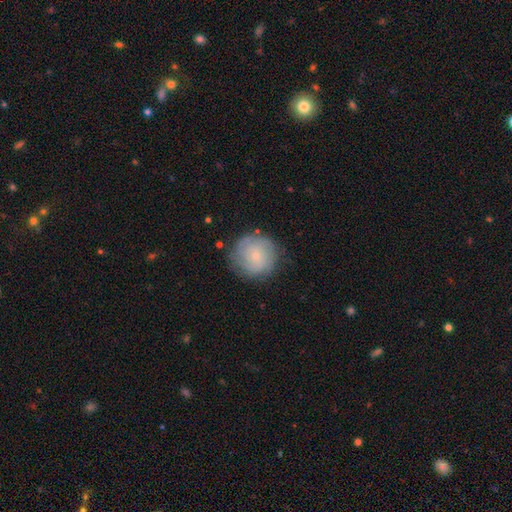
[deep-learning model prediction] Smooth or featured?
  - featured or disk: 48% *
  - smooth: 44%
  - star or artifact: 8%
Merging?
  - none: 78% *
  - minor disturbance: 15%
  - major disturbance: 5%
  - merger: 1%